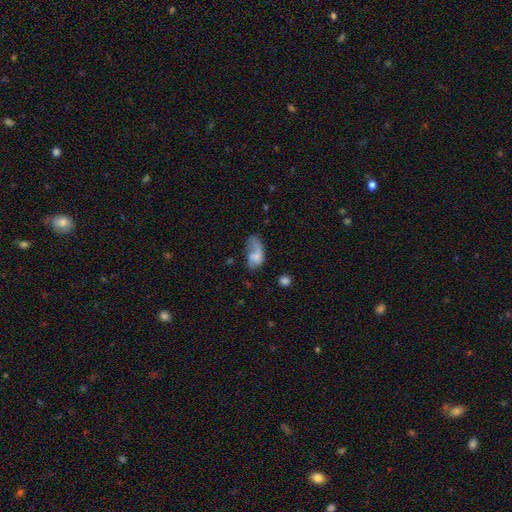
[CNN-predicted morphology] Smooth or featured: smooth — 51% (featured or disk — 39%)
How rounded: in between — 88% (round — 7%)
Merging: major disturbance — 42% (none — 26%)